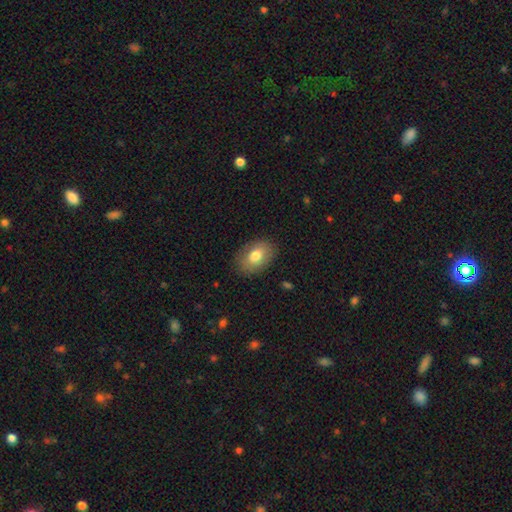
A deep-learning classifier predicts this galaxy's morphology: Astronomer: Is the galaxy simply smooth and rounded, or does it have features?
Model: smooth — 76%.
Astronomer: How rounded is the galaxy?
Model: in between — 82%.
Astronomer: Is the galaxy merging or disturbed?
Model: none — 84%.